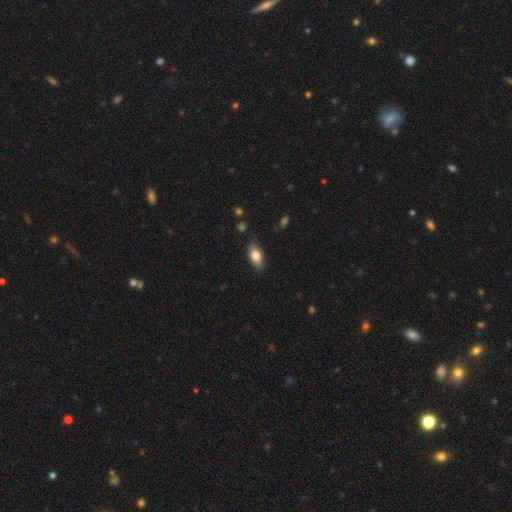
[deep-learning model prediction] The model was most divided on "smooth or featured": smooth: 80%, featured or disk: 13%, star or artifact: 7%. More confident: how rounded — in between (87%); merging — none (84%).